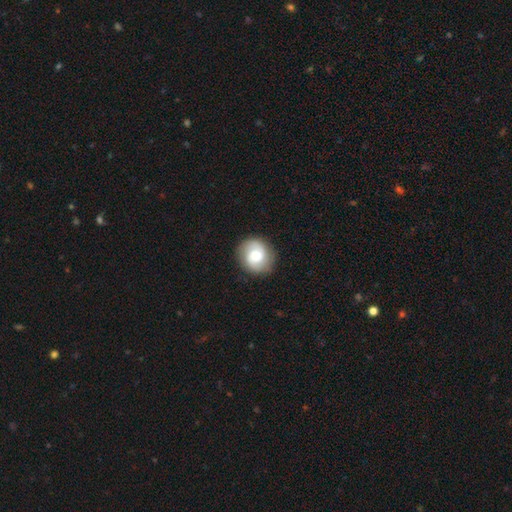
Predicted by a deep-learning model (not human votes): This is possibly a featured or disk galaxy (47%). Merging: clearly none (87%).